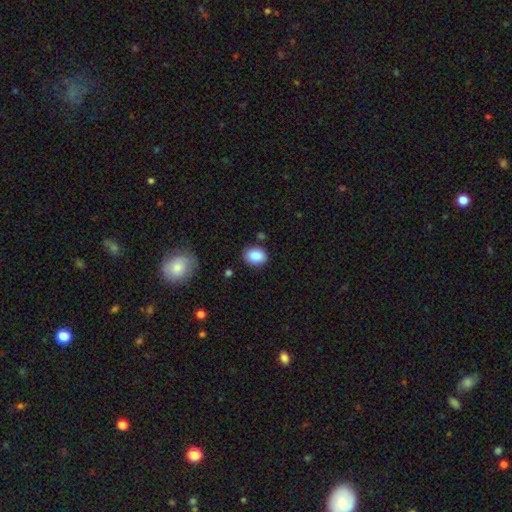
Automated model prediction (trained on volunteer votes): This appears to be a smooth galaxy with no disk features (87%) that is in between round and cigar-shaped (59%). Merging: none (83%).